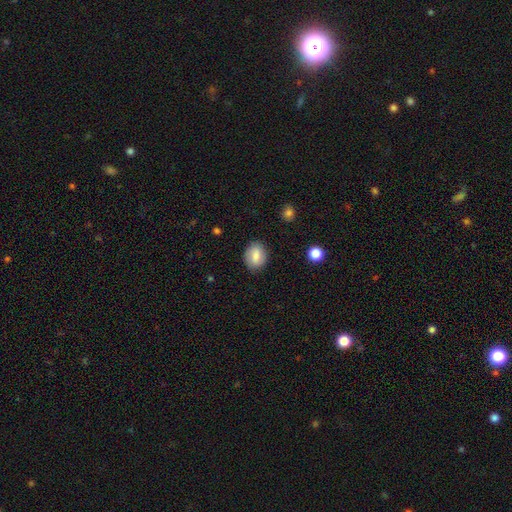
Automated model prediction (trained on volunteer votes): A smooth galaxy with no disk features (77%) that is in between round and cigar-shaped (59%).

Vote fractions:
- Smooth or featured? smooth: 77% / featured or disk: 15% / star or artifact: 8%
- How rounded? in between: 59% / round: 40% / cigar-shaped: 1%
- Merging? none: 84% / minor disturbance: 12% / major disturbance: 3% / merger: 1%